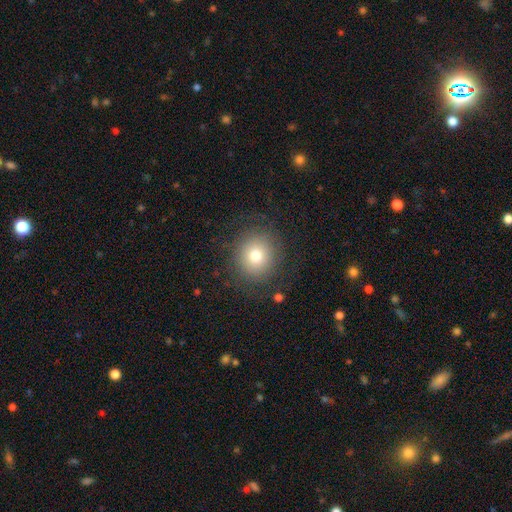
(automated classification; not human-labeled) The model was most divided on "smooth or featured": smooth: 75%, star or artifact: 13%, featured or disk: 12%. More confident: how rounded — round (87%); merging — none (84%).